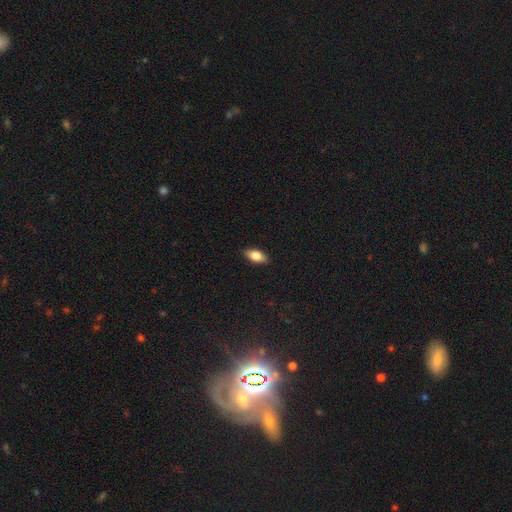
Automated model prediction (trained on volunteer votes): The model was most divided on "smooth or featured": smooth: 77%, featured or disk: 16%, star or artifact: 7%. More confident: merging — none (89%); how rounded — in between (87%).